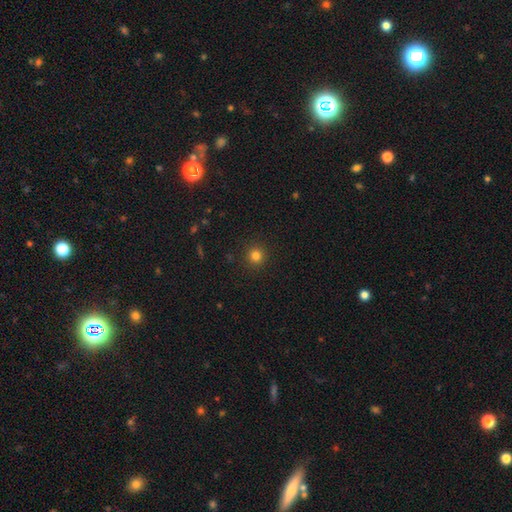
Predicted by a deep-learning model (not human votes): Q: Smooth or featured?
A: smooth (82%); runner-up: star or artifact (14%)
Q: How rounded?
A: round (94%); runner-up: in between (6%)
Q: Merging?
A: none (91%); runner-up: minor disturbance (6%)